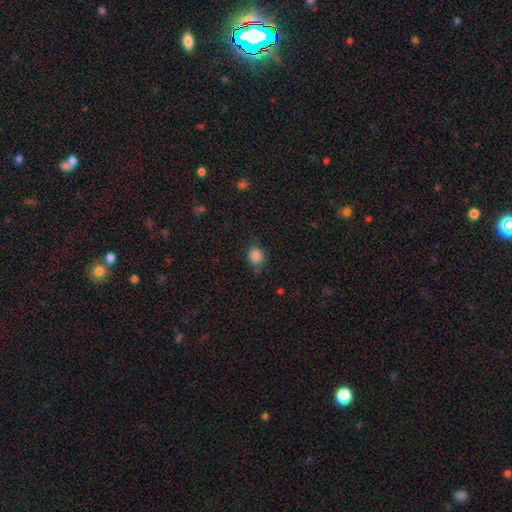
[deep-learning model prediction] Smooth or featured? smooth (86%)
How rounded? round (67%)
Merging? none (72%)